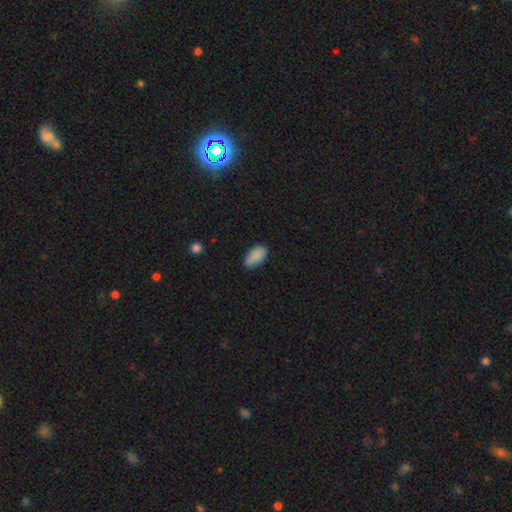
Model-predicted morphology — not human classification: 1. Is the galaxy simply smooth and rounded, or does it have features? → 87% smooth, 8% star or artifact, 5% featured or disk.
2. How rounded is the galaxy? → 93% in between, 3% cigar-shaped, 3% round.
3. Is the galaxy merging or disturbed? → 67% none, 27% minor disturbance, 4% major disturbance, 2% merger.